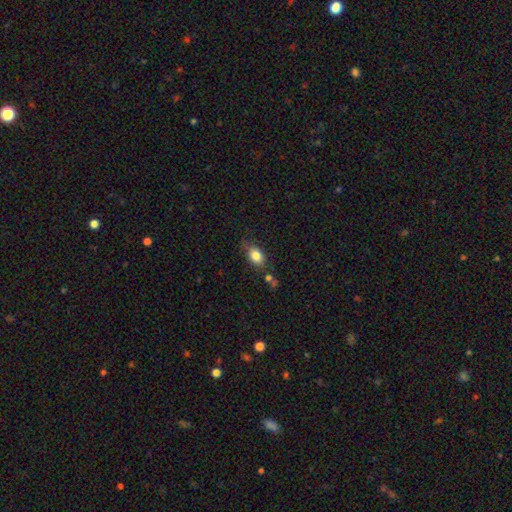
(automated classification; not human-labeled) Smooth or featured?
  - smooth: 82% *
  - featured or disk: 9%
  - star or artifact: 9%
How rounded?
  - in between: 77% *
  - round: 21%
  - cigar-shaped: 3%
Merging?
  - none: 63% *
  - minor disturbance: 24%
  - major disturbance: 7%
  - merger: 6%